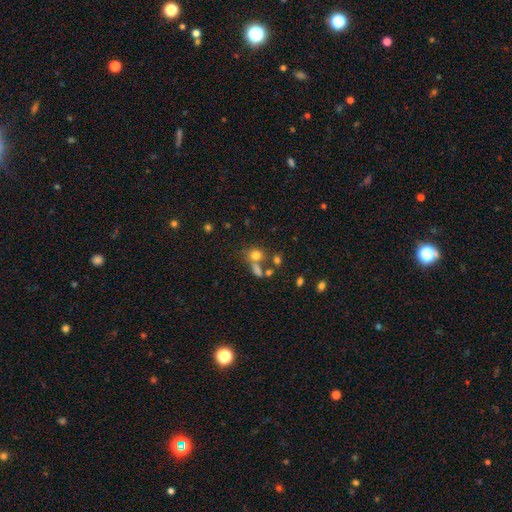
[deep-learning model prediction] The model was most divided on "merging": none: 52%, merger: 30%, minor disturbance: 11%, major disturbance: 7%. More confident: smooth or featured — smooth (73%); how rounded — round (71%).